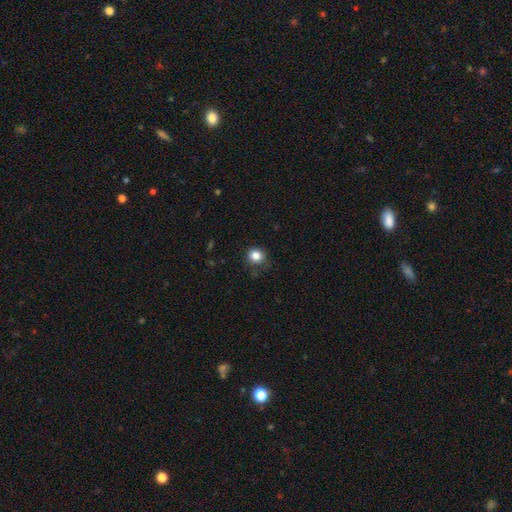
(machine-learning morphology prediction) Smooth or featured: smooth — 83% (star or artifact — 12%)
How rounded: round — 84% (in between — 16%)
Merging: none — 79% (minor disturbance — 16%)